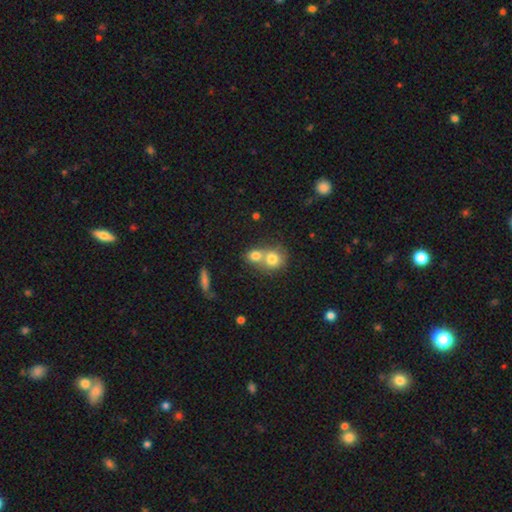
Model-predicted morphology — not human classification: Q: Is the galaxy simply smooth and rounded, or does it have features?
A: smooth — 76%.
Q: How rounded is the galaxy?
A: round — 73%.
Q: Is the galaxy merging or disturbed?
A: merger — 65%.